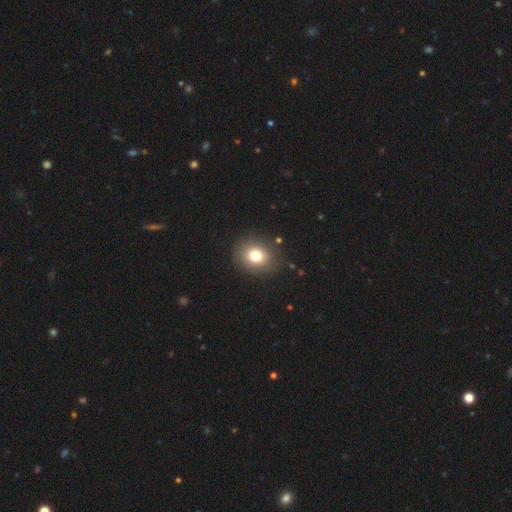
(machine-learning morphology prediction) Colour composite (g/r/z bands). It shows a smooth galaxy with no disk features (77%) that is round (64%). Merging: none (87%).